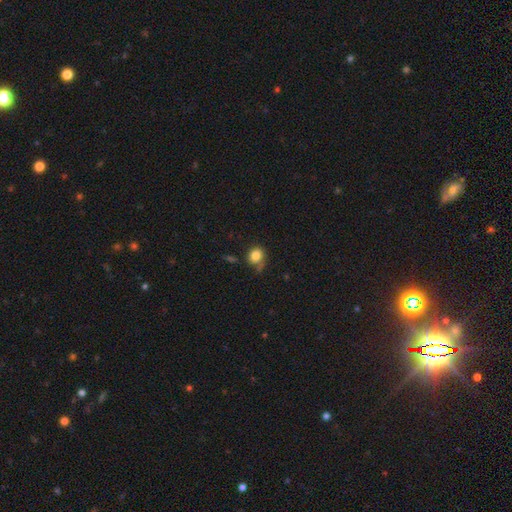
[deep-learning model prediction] This appears to be a smooth galaxy with no disk features (83%) that is round (61%). Merging: none (57%).